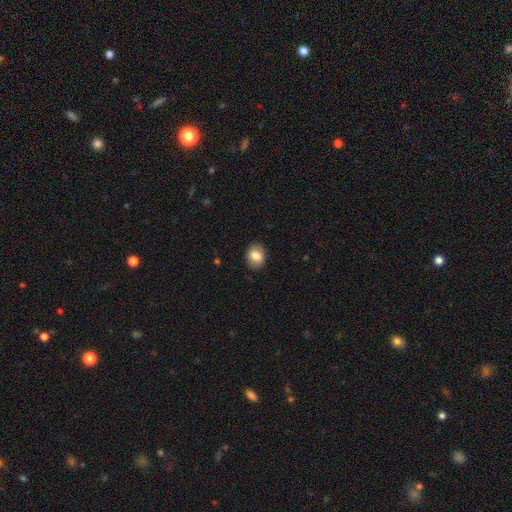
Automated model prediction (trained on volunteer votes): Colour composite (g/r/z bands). It shows a smooth galaxy with no disk features (82%) that is in between round and cigar-shaped (57%). Merging: none (84%).